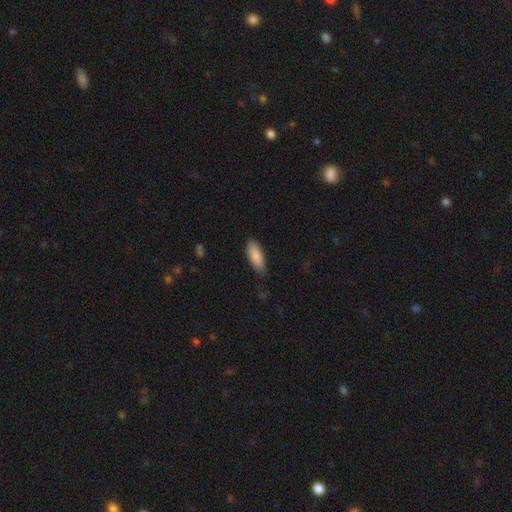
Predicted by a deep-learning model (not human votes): Smooth or featured: smooth — 87% (featured or disk — 7%)
How rounded: in between — 69% (cigar-shaped — 30%)
Merging: none — 75% (minor disturbance — 20%)